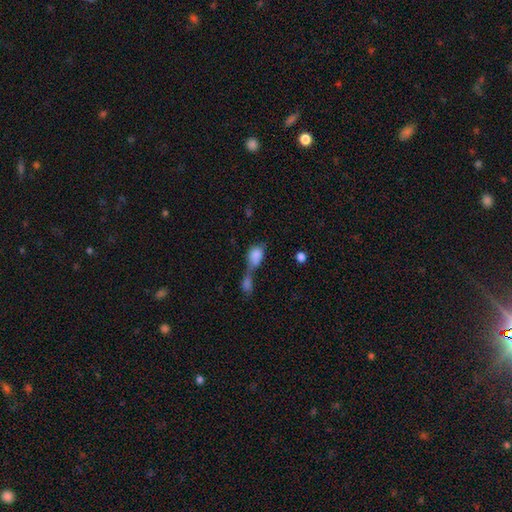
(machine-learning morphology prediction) type=smooth (79%); roundness=in between (71%); merging=merger (75%).